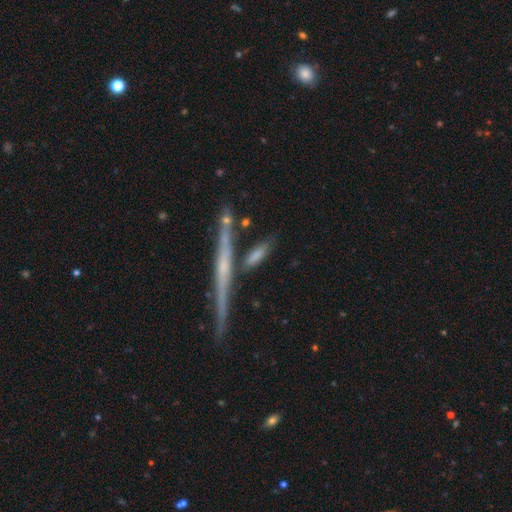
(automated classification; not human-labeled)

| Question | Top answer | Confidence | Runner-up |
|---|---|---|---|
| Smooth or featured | smooth | 64% | featured or disk (27%) |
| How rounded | cigar-shaped | 59% | in between (36%) |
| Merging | none | 66% | minor disturbance (16%) |